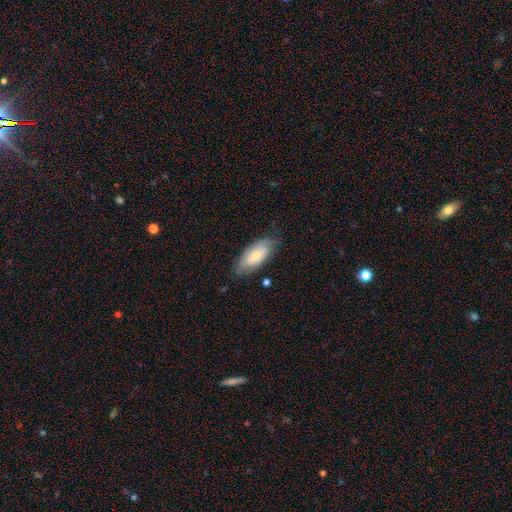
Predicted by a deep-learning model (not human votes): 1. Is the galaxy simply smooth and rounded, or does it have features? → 63% smooth, 31% featured or disk, 6% star or artifact.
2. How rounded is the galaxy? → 88% in between, 10% cigar-shaped, 2% round.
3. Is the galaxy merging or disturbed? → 71% none, 23% minor disturbance, 5% major disturbance, 1% merger.